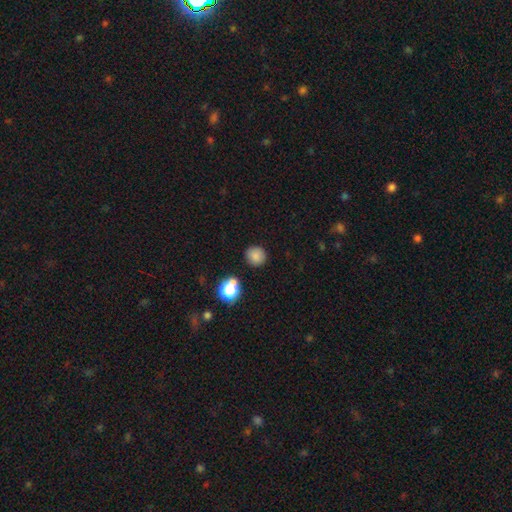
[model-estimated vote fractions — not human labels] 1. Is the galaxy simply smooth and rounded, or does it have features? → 82% smooth, 12% star or artifact, 5% featured or disk.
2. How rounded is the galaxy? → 91% round, 8% in between, 1% cigar-shaped.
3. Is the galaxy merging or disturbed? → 86% none, 8% minor disturbance, 3% merger, 2% major disturbance.